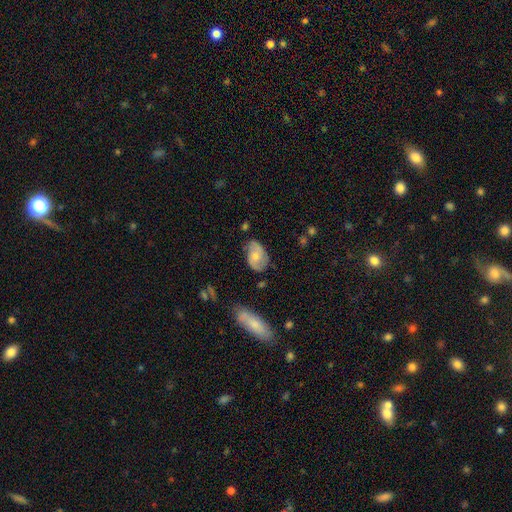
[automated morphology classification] Smooth or featured? Predicted: featured or disk (p=0.49). Merging? Predicted: none (p=0.67).